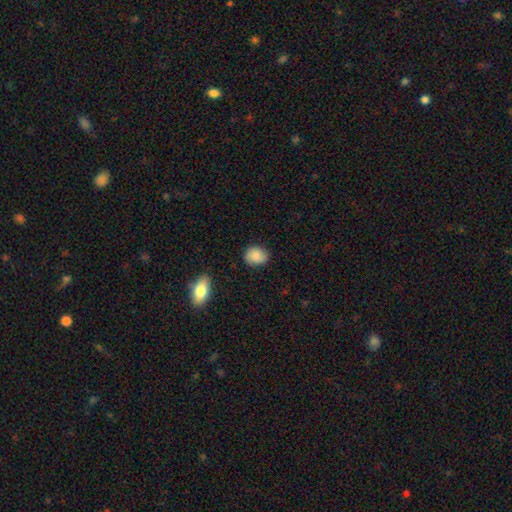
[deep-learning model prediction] This is likely a smooth galaxy (79%). How rounded: likely round (60%). Merging: likely none (80%).